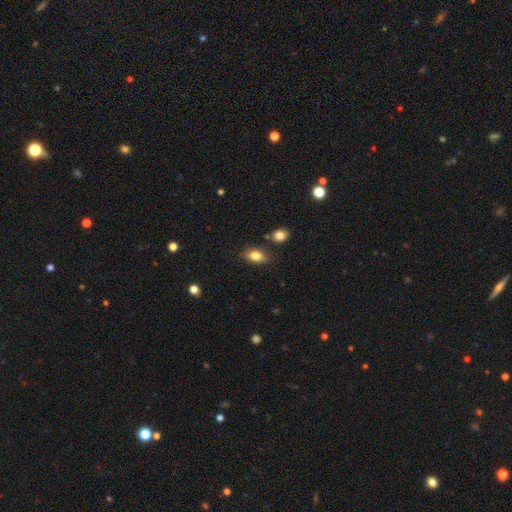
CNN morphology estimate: Smooth or featured: smooth — 79% (featured or disk — 13%)
How rounded: in between — 85% (round — 10%)
Merging: none — 79% (minor disturbance — 13%)